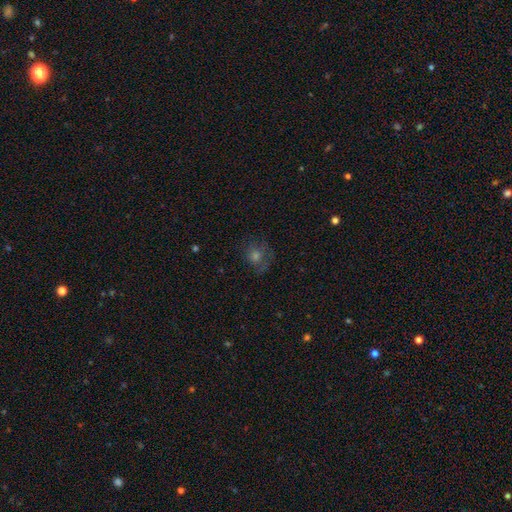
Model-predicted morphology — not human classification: smooth 51%, star or artifact 25%, featured or disk 24%. Down the decision tree: how rounded — round (76%); merging — none (67%).